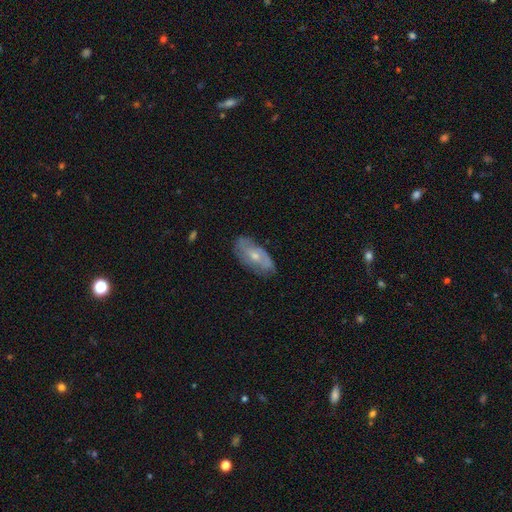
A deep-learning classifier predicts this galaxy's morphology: Overall: featured or disk (56%; smooth 37%). Edge-on disk: no (88%). Merging: none (73%).